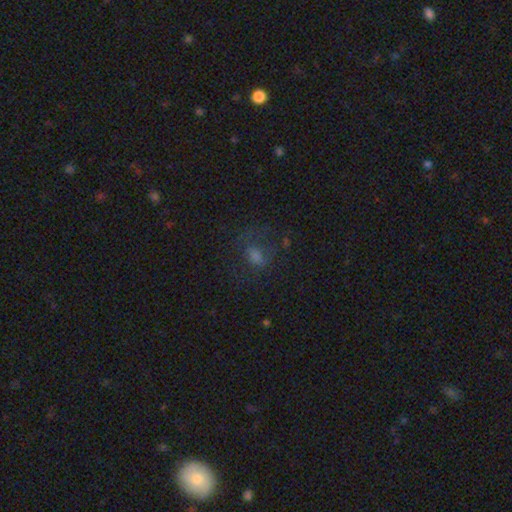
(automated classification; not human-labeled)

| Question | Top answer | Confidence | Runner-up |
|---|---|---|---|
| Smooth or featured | smooth | 50% | star or artifact (28%) |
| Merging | none | 53% | major disturbance (25%) |